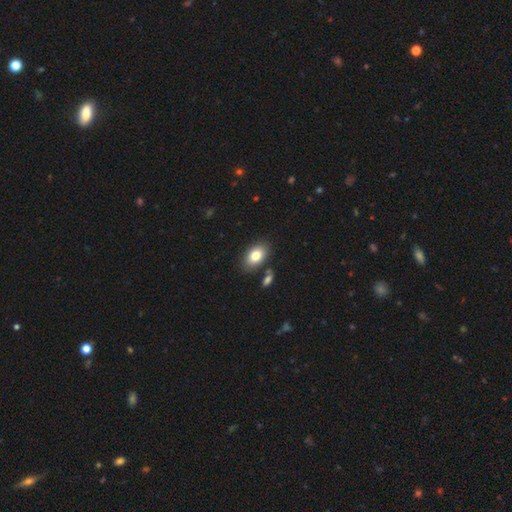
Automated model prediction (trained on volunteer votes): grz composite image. It shows a smooth galaxy with no disk features (80%) that is in between round and cigar-shaped (90%). Merging: none (79%).